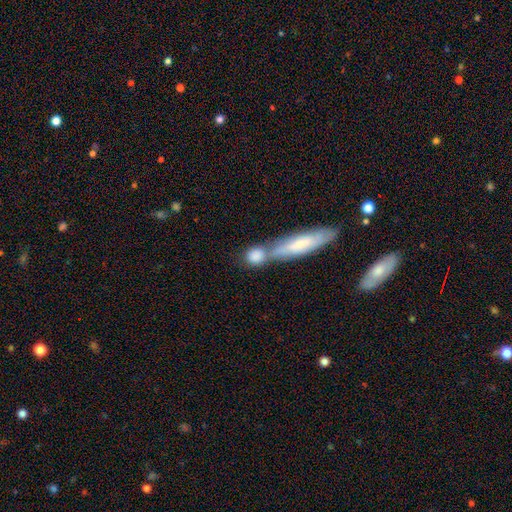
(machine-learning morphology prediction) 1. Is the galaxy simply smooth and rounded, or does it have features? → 79% smooth, 14% featured or disk, 7% star or artifact.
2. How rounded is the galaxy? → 57% round, 26% in between, 17% cigar-shaped.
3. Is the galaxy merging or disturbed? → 45% merger, 41% none, 10% minor disturbance, 5% major disturbance.